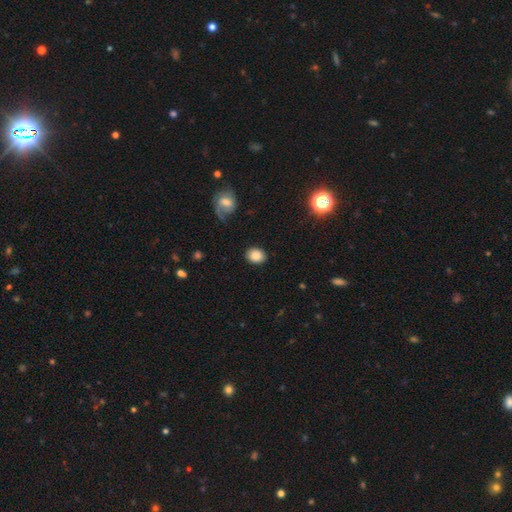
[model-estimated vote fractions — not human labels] Morphology: type=smooth (85%); roundness=round (51%); merging=none (85%).